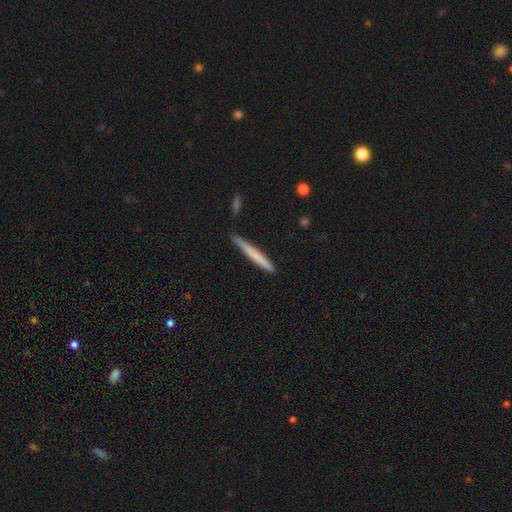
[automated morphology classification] smooth-or-featured: smooth: 68% | featured or disk: 26% | star or artifact: 6%
  how-rounded: cigar-shaped: 97% | in between: 2% | round: 1%
  merging: none: 85% | minor disturbance: 11% | merger: 2% | major disturbance: 2%